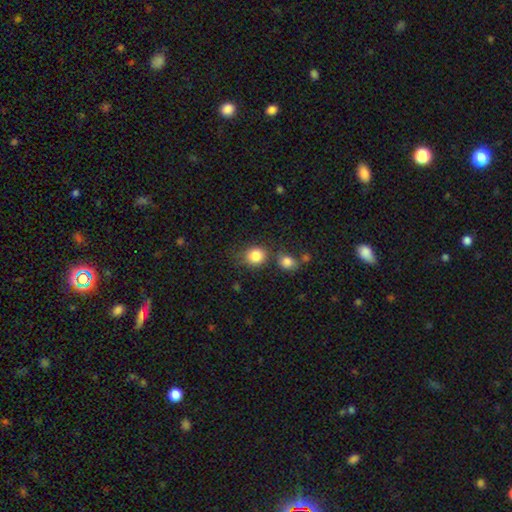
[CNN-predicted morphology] Smooth or featured: smooth — 84% (star or artifact — 10%)
How rounded: round — 77% (in between — 22%)
Merging: none — 66% (minor disturbance — 15%)